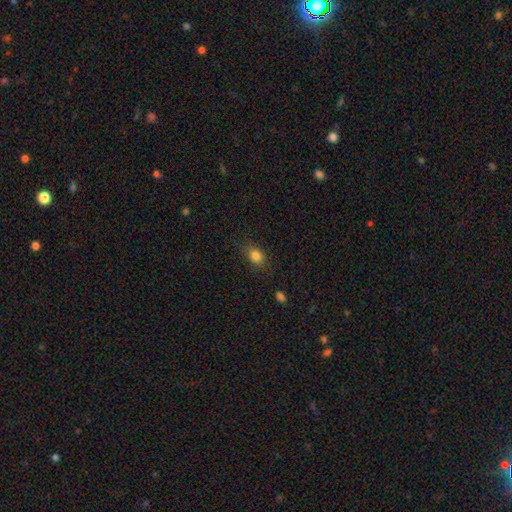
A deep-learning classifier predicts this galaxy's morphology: type=smooth (82%); roundness=in between (64%); merging=none (81%).